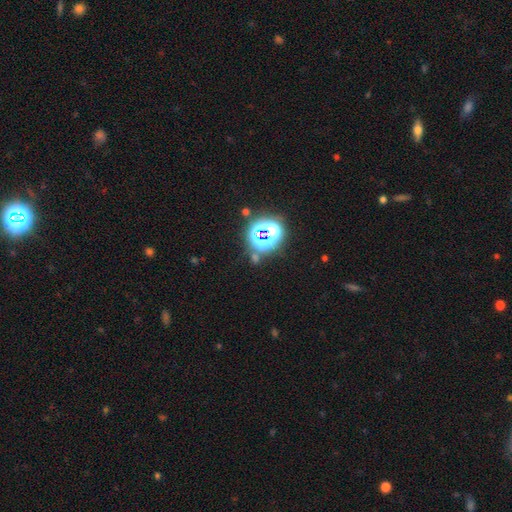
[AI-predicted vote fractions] A star or artifact, not a galaxy (73%).